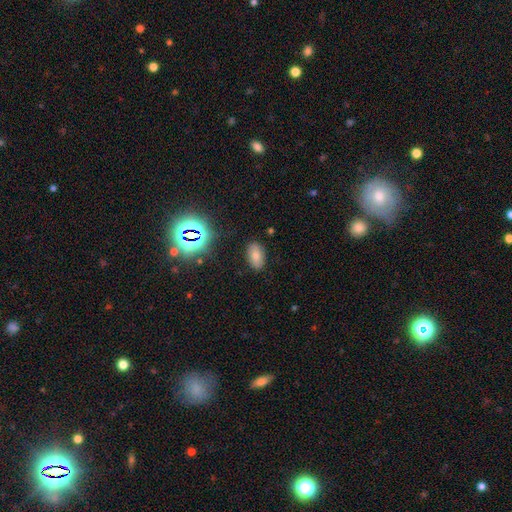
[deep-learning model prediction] Morphology: type=smooth (68%); roundness=in between (91%); merging=none (86%).